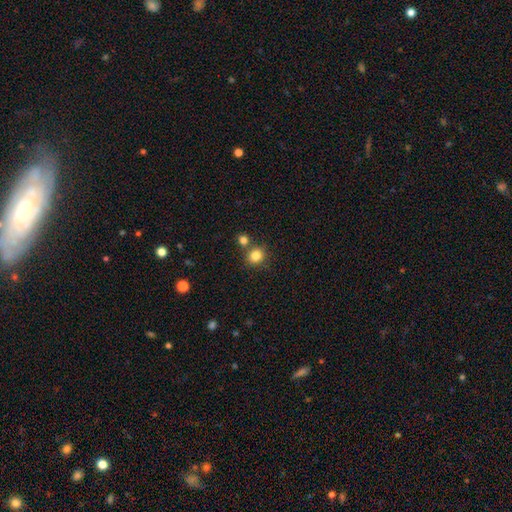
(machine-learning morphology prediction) Overall: smooth (83%). How rounded: round (79%). Merging: none (70%).